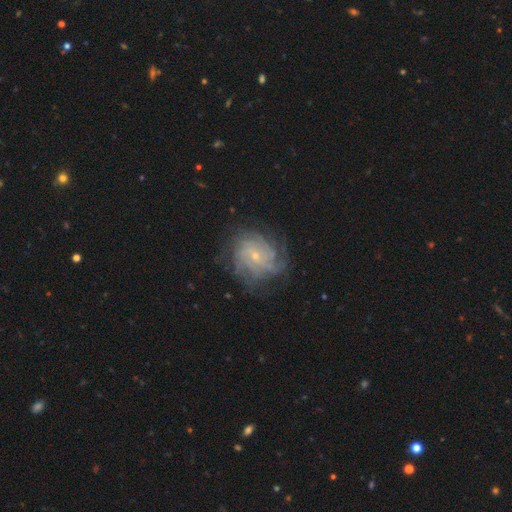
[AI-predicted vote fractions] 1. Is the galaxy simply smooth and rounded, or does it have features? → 81% featured or disk, 11% smooth, 9% star or artifact.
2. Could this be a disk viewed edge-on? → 97% no, 3% yes.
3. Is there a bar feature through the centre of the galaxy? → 65% no, 30% weak, 5% strong.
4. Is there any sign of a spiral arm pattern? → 95% yes, 5% no.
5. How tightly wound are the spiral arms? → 64% tight, 28% medium, 8% loose.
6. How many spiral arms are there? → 33% can't tell, 24% 4, 18% more than 4, 10% 3, 8% 2, 6% 1.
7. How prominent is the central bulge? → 77% small, 18% moderate, 2% none, 1% large, 1% dominant.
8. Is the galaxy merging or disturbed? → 74% none, 16% minor disturbance, 8% major disturbance, 1% merger.